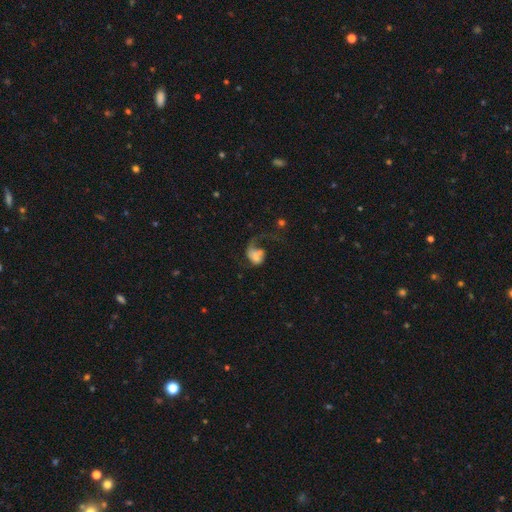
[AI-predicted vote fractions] smooth_or_featured: smooth (p=0.45) [alt: featured or disk p=0.44]
merging: major disturbance (p=0.54) [alt: none p=0.19]